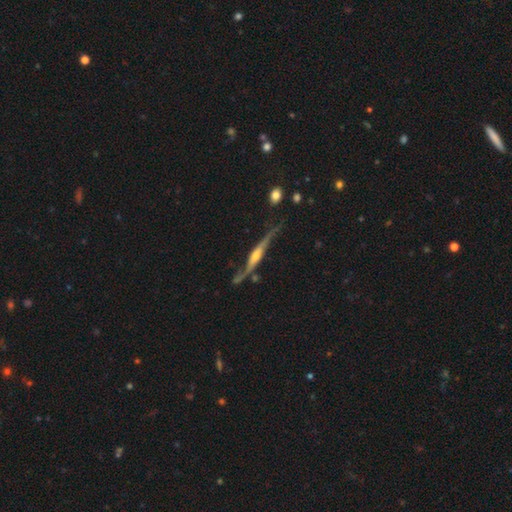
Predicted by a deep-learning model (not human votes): This appears to be a featured or disk galaxy (84%) viewed edge-on (82%) with a rounded central bulge (79%). Merging: none (58%).